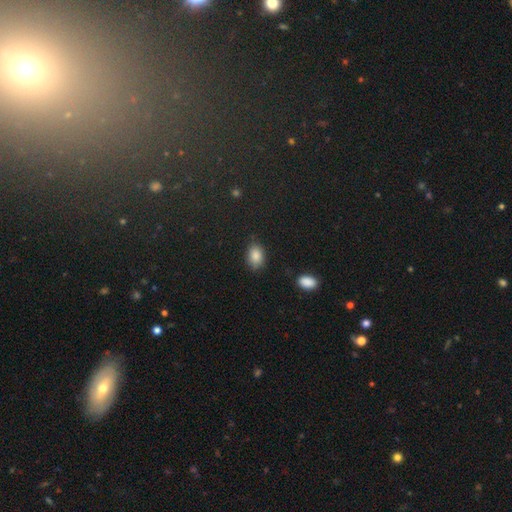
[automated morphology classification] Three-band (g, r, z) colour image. It shows a smooth galaxy with no disk features (87%) that is in between round and cigar-shaped (81%). Merging: none (78%).